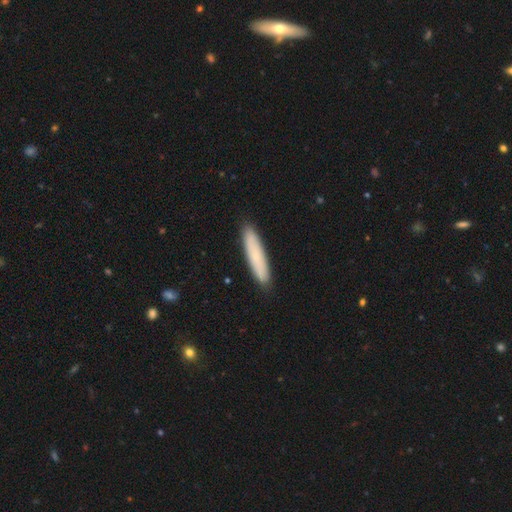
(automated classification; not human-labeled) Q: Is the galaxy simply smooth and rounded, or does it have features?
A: smooth — 77%.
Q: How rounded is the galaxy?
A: cigar-shaped — 86%.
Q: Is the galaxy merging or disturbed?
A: none — 90%.